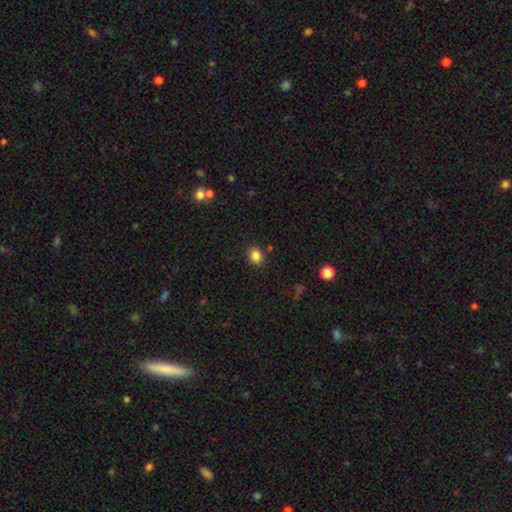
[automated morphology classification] This is clearly a smooth galaxy (84%). How rounded: possibly round (55%). Merging: clearly none (85%).